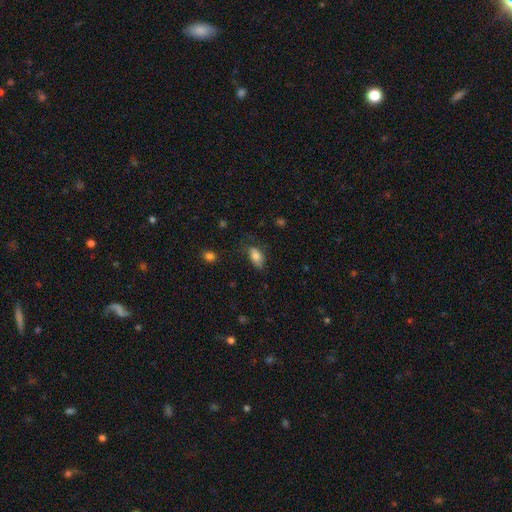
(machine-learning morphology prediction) smooth 81%, featured or disk 11%, star or artifact 8%. Down the decision tree: how rounded — in between (89%); merging — none (57%).